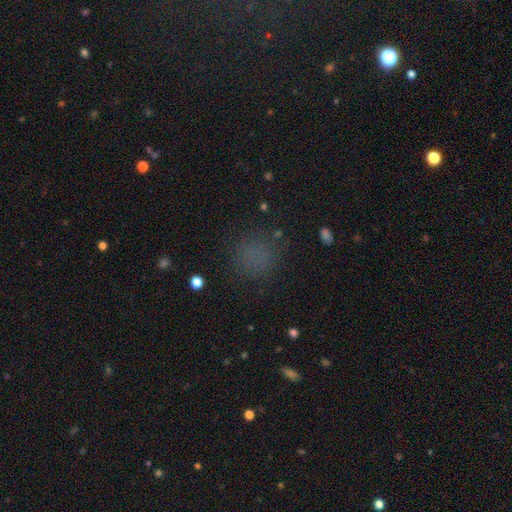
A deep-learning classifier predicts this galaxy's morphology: A smooth galaxy with no disk features (69%) that is round (87%).

Vote fractions:
- Smooth or featured? smooth: 69% / star or artifact: 24% / featured or disk: 7%
- How rounded? round: 87% / in between: 11% / cigar-shaped: 1%
- Merging? none: 81% / minor disturbance: 11% / major disturbance: 6% / merger: 2%